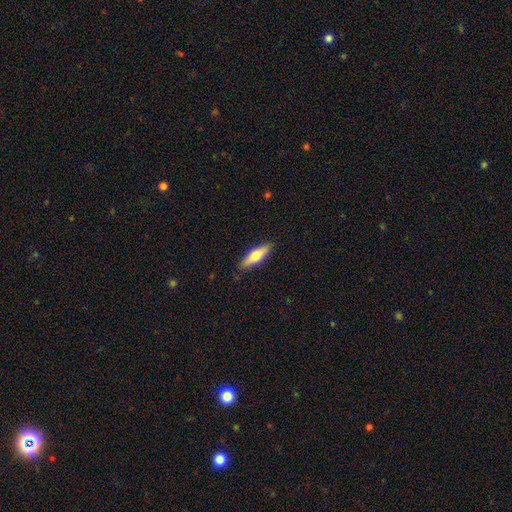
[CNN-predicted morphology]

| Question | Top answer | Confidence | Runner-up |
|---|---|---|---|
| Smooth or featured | smooth | 61% | featured or disk (33%) |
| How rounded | cigar-shaped | 57% | in between (41%) |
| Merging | none | 88% | minor disturbance (9%) |